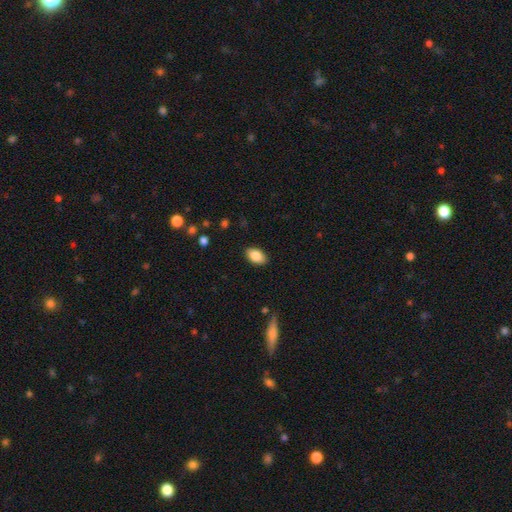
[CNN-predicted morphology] Q: Smooth or featured?
A: smooth (86%); runner-up: star or artifact (7%)
Q: How rounded?
A: in between (92%); runner-up: round (6%)
Q: Merging?
A: none (88%); runner-up: minor disturbance (9%)